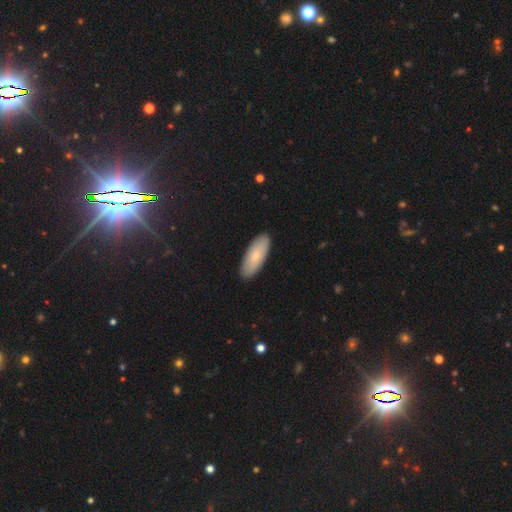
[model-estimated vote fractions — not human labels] This appears to be a smooth galaxy with no disk features (79%) that is in between round and cigar-shaped (80%). Merging: none (89%).